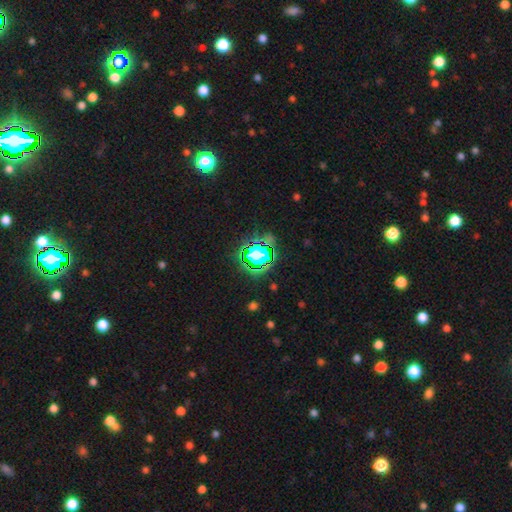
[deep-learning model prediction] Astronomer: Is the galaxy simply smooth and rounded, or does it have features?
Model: star or artifact — 73%.